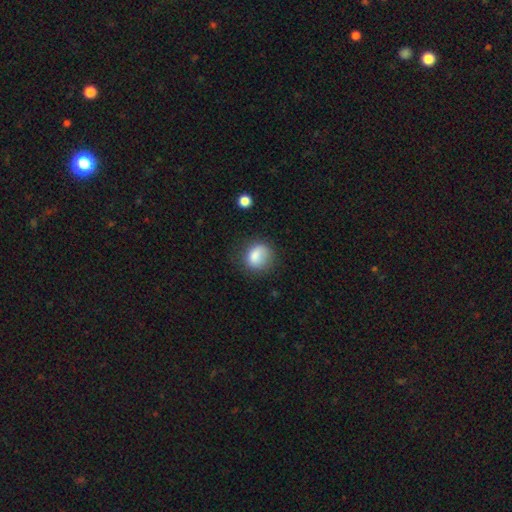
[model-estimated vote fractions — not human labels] This appears to be a smooth galaxy with no disk features (82%) that is round (65%). Merging: none (63%).